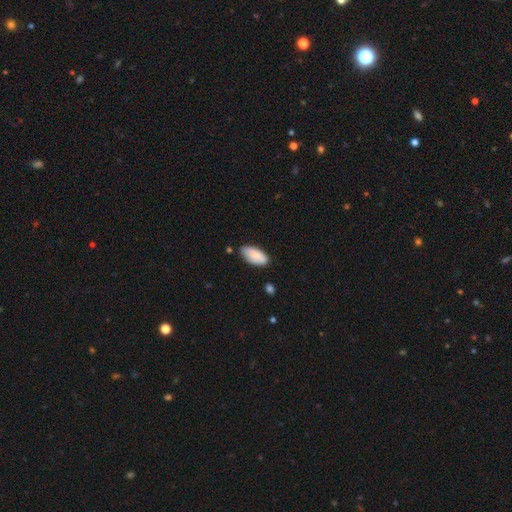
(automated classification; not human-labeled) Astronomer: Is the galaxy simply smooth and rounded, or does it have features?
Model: smooth — 80%.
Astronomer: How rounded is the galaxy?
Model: in between — 92%.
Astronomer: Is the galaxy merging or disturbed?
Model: none — 73%.